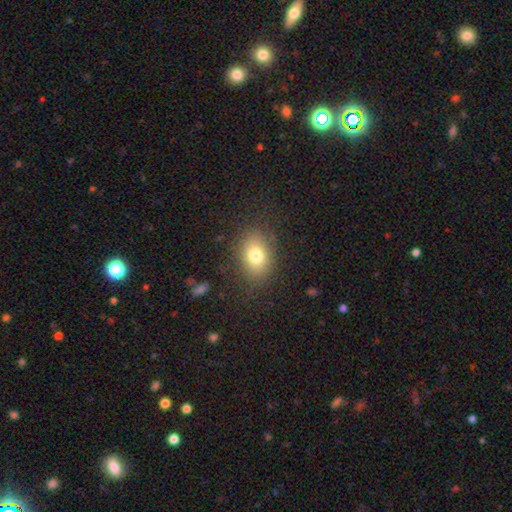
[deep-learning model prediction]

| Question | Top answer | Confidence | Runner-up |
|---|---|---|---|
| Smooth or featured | smooth | 76% | featured or disk (13%) |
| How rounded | in between | 72% | round (27%) |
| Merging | none | 80% | minor disturbance (12%) |